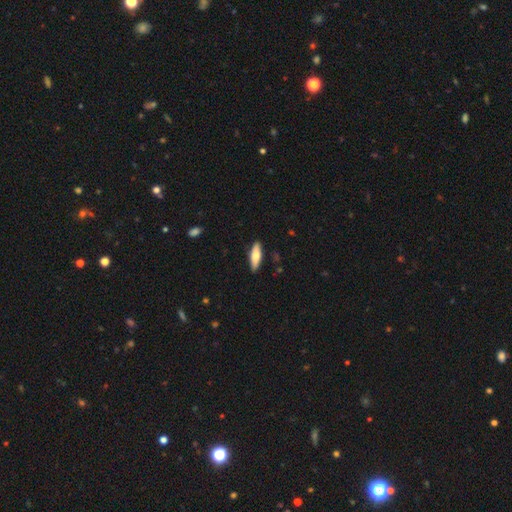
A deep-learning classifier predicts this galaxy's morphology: This is likely a smooth galaxy (63%). How rounded: possibly cigar-shaped (49%, tied with in between). Merging: clearly none (89%).